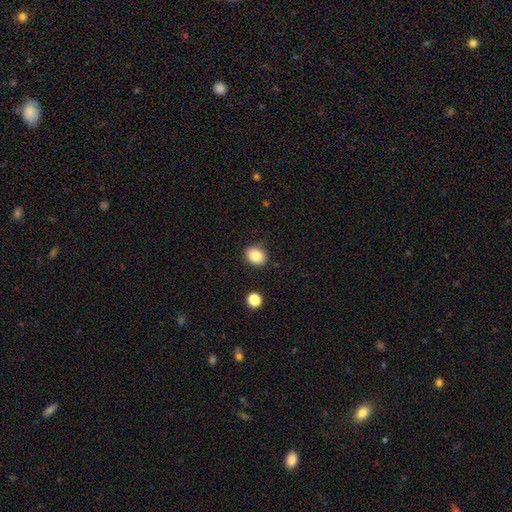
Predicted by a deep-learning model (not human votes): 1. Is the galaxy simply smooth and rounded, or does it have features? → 84% smooth, 10% star or artifact, 6% featured or disk.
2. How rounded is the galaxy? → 55% round, 44% in between, 1% cigar-shaped.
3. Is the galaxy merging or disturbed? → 87% none, 9% minor disturbance, 2% major disturbance, 2% merger.